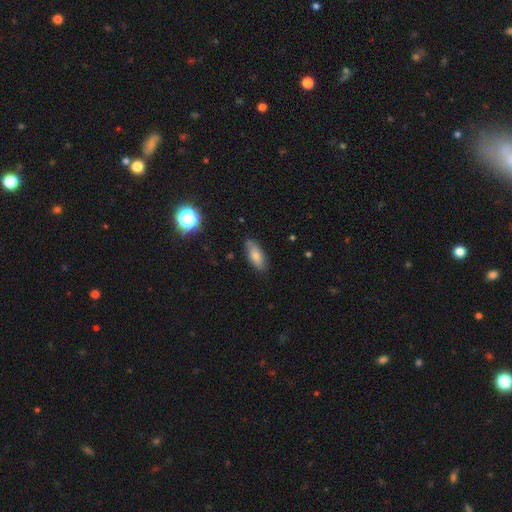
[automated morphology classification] Smooth or featured: smooth — 72% (featured or disk — 20%)
How rounded: in between — 81% (cigar-shaped — 16%)
Merging: none — 80% (minor disturbance — 16%)